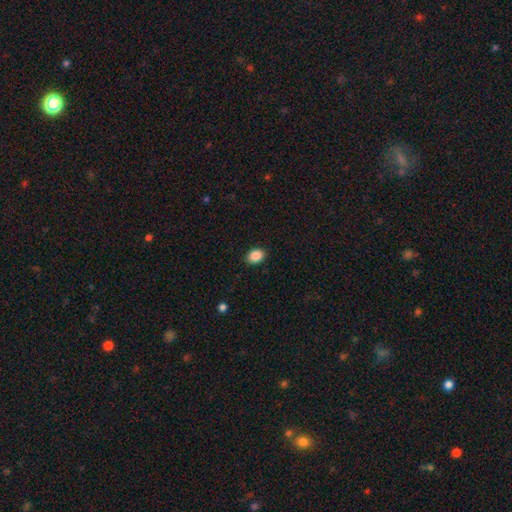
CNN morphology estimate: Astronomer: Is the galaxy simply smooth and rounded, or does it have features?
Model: smooth — 88%.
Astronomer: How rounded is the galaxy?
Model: in between — 71%.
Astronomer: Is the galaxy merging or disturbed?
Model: none — 89%.